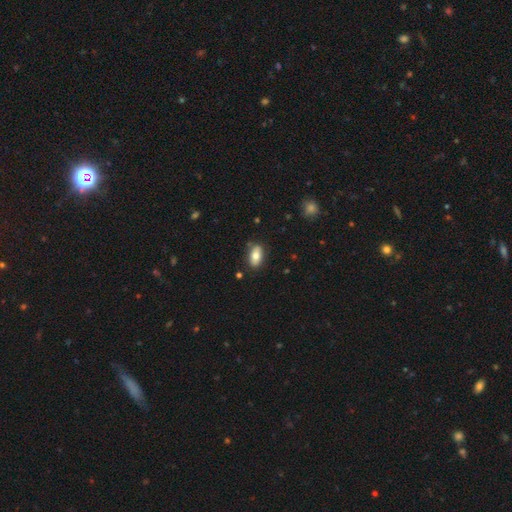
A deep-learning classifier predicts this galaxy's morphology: Smooth or featured? Predicted: smooth (p=0.74). How rounded? Predicted: in between (p=0.88). Merging? Predicted: none (p=0.81).